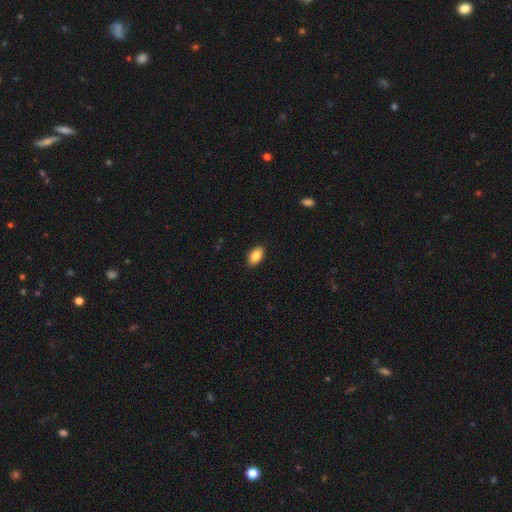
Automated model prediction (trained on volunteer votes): This appears to be a smooth galaxy with no disk features (87%) that is in between round and cigar-shaped (92%). Merging: none (89%).